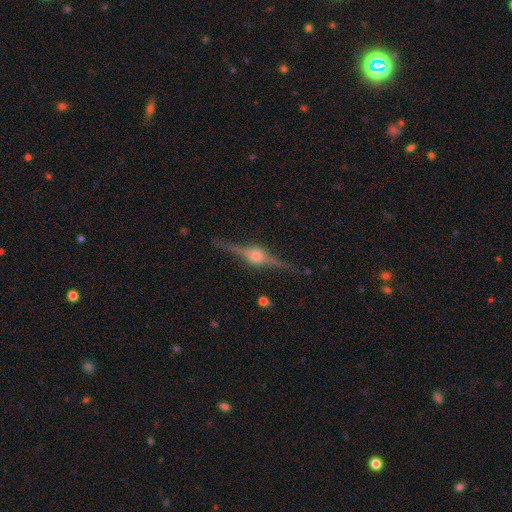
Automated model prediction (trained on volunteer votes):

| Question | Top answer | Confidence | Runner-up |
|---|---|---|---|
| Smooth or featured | featured or disk | 89% | star or artifact (6%) |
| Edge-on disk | yes | 98% | no (2%) |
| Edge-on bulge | rounded | 92% | boxy (6%) |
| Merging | none | 88% | minor disturbance (9%) |